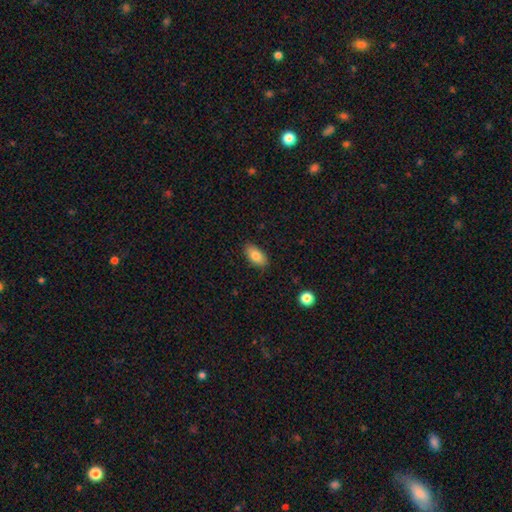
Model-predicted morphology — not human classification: smooth-or-featured: smooth: 83% | featured or disk: 10% | star or artifact: 7%
  how-rounded: in between: 91% | cigar-shaped: 5% | round: 4%
  merging: none: 85% | minor disturbance: 12% | major disturbance: 2% | merger: 1%